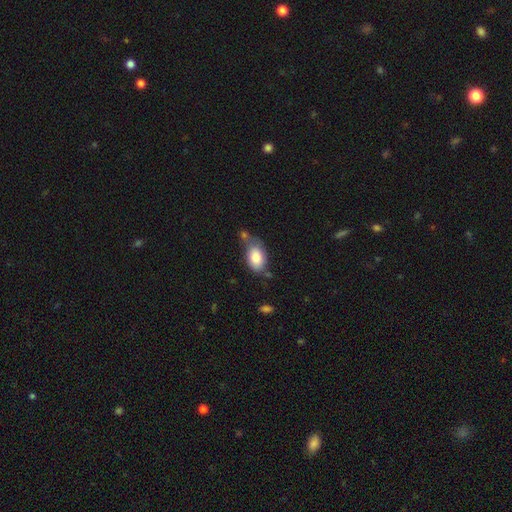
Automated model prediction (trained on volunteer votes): Smooth or featured? smooth (82%)
How rounded? in between (88%)
Merging? none (46%)